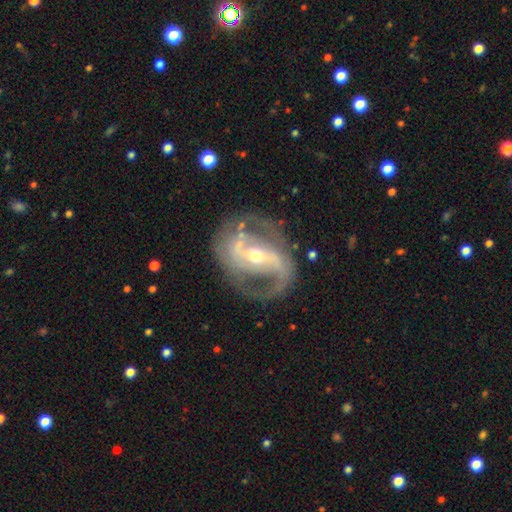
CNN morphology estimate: A featured or disk galaxy (86%) with a strong bar (45%), 2 (81%) medium (49%) spiral arms (88%) and a moderate central bulge (51%).

Vote fractions:
- Smooth or featured? featured or disk: 86% / smooth: 8% / star or artifact: 6%
- Edge-on disk? no: 96% / yes: 4%
- Bar? strong: 45% / weak: 34% / no: 21%
- Spiral arms? yes: 88% / no: 12%
- Spiral winding? medium: 49% / loose: 27% / tight: 24%
- Spiral arm count? 2: 81% / can't tell: 8% / 1: 6% / 3: 3% / 4: 1% / more than 4: 1%
- Bulge size? moderate: 51% / small: 45% / large: 3% / none: 1% / dominant: 1%
- Merging? none: 69% / minor disturbance: 16% / major disturbance: 13% / merger: 2%